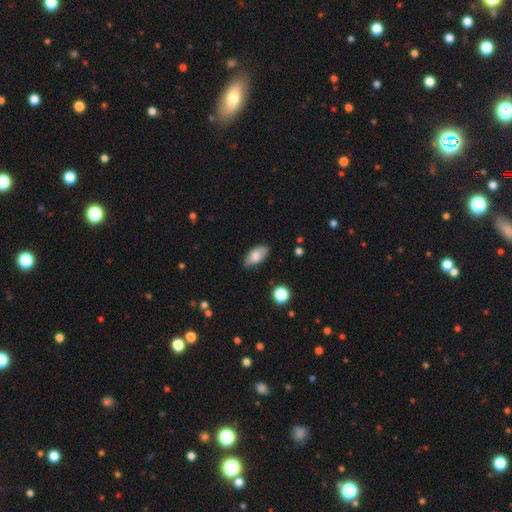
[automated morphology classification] Smooth or featured? Predicted: smooth (p=0.78). How rounded? Predicted: in between (p=0.92). Merging? Predicted: none (p=0.75).